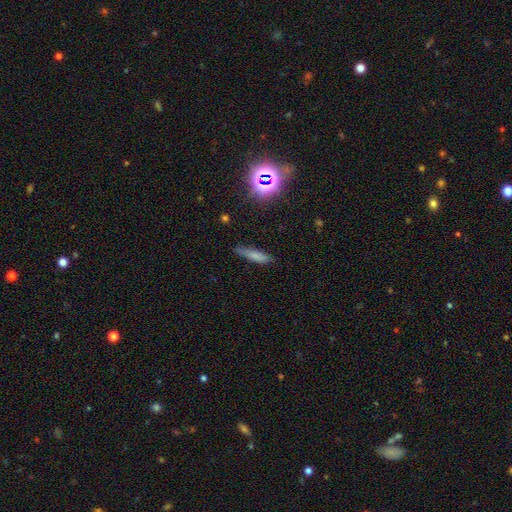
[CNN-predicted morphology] Smooth or featured? Predicted: smooth (p=0.71). How rounded? Predicted: cigar-shaped (p=0.74). Merging? Predicted: none (p=0.75).